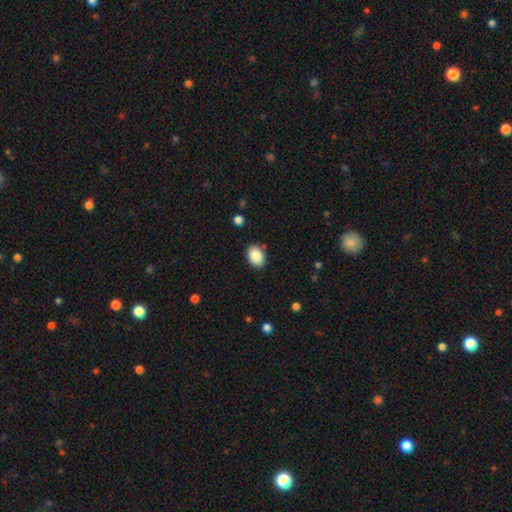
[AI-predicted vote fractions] The model was most divided on "how rounded": in between: 80%, round: 19%, cigar-shaped: 1%. More confident: smooth or featured — smooth (87%); merging — none (86%).